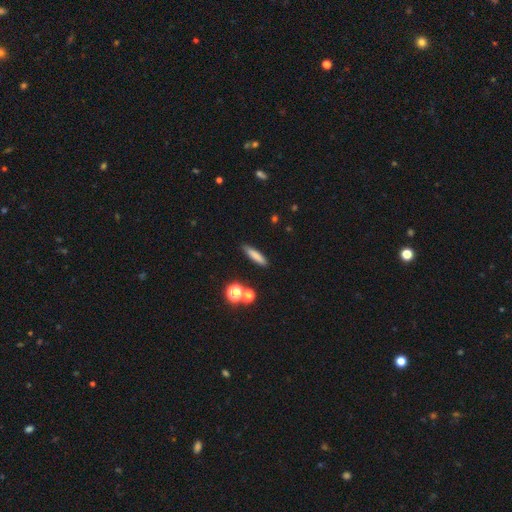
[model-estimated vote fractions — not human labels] Morphology: type=smooth (77%); roundness=cigar-shaped (82%); merging=none (86%).